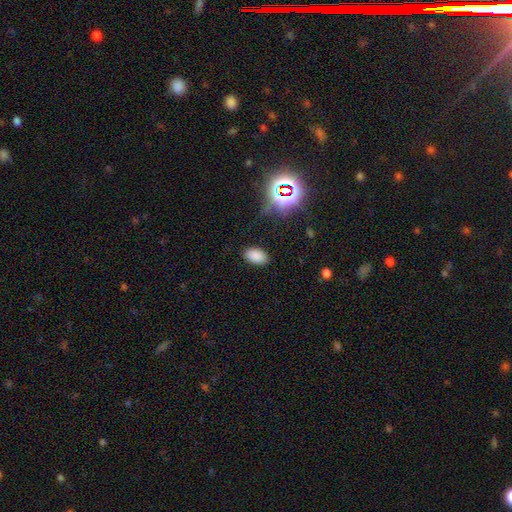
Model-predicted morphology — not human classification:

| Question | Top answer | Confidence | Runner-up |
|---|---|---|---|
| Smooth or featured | smooth | 83% | star or artifact (13%) |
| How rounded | in between | 92% | round (6%) |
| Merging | none | 86% | minor disturbance (10%) |